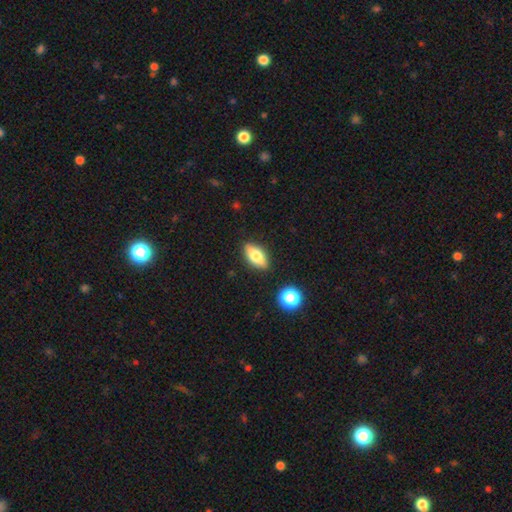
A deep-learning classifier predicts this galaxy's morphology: A smooth galaxy with no disk features (72%) that is in between round and cigar-shaped (84%).

Vote fractions:
- Smooth or featured? smooth: 72% / featured or disk: 20% / star or artifact: 8%
- How rounded? in between: 84% / cigar-shaped: 12% / round: 5%
- Merging? none: 86% / minor disturbance: 9% / merger: 3% / major disturbance: 2%